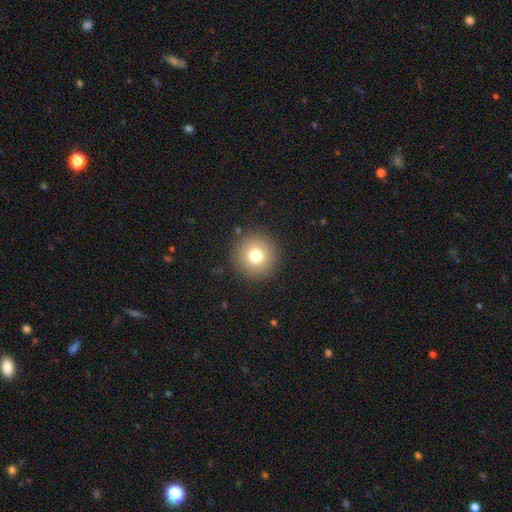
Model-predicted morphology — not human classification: The model was most divided on "smooth or featured": smooth: 76%, featured or disk: 12%, star or artifact: 12%. More confident: how rounded — round (96%); merging — none (90%).